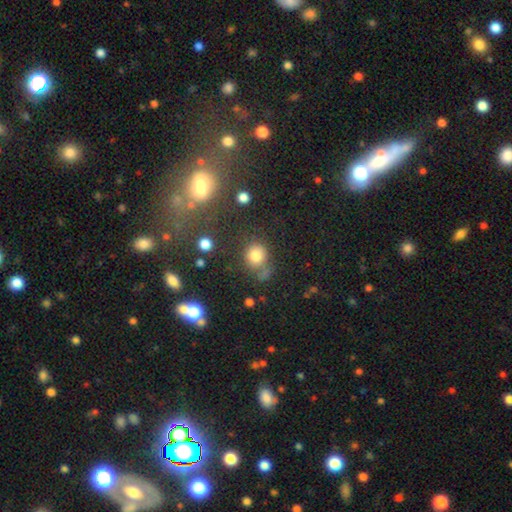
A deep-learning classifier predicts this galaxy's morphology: smooth-or-featured: smooth: 77% | star or artifact: 15% | featured or disk: 8%
  how-rounded: round: 81% | in between: 18% | cigar-shaped: 1%
  merging: none: 61% | minor disturbance: 17% | merger: 14% | major disturbance: 8%